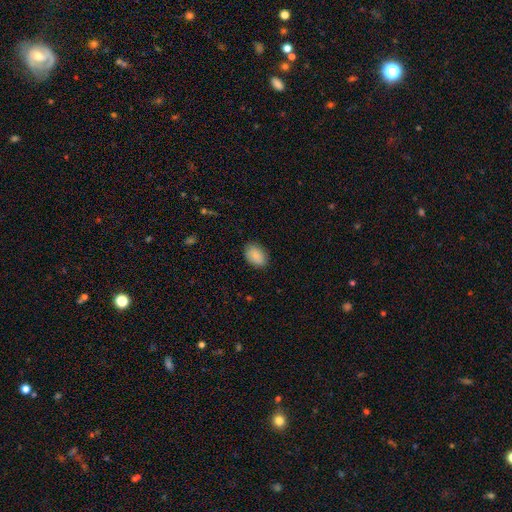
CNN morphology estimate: Smooth or featured? smooth (86%)
How rounded? in between (82%)
Merging? none (85%)